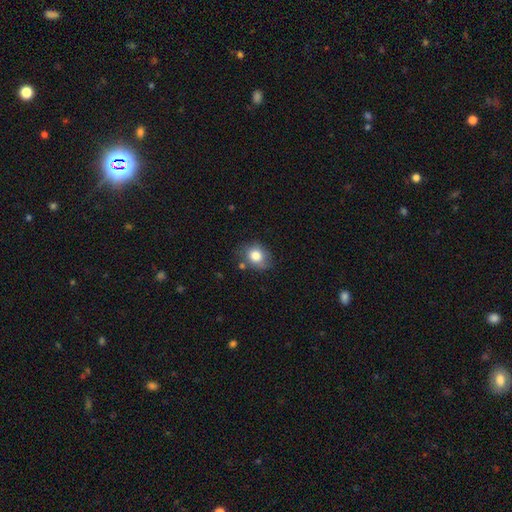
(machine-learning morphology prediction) smooth 80%, featured or disk 11%, star or artifact 9%. Down the decision tree: how rounded — round (55%); merging — none (68%).